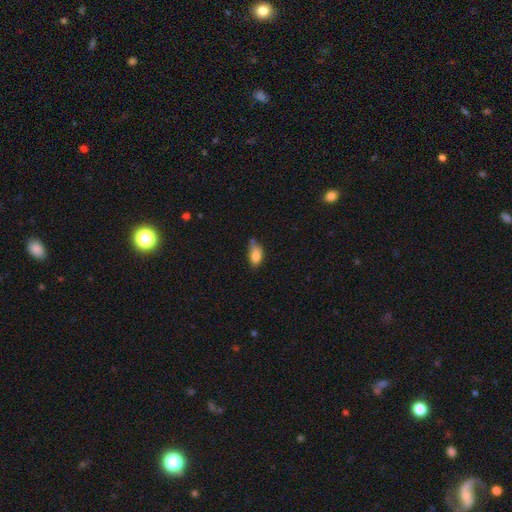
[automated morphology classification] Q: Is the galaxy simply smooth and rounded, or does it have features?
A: smooth — 82%.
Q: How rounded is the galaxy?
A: in between — 89%.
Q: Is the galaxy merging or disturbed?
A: none — 46%.